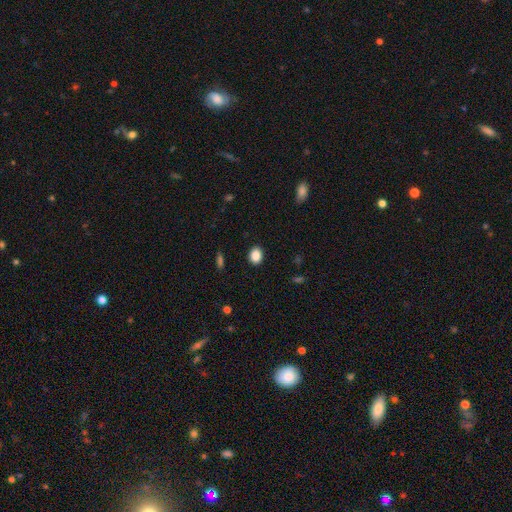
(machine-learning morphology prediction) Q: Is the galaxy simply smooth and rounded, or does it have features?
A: smooth — 87%.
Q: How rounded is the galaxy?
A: in between — 57%.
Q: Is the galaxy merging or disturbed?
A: none — 90%.